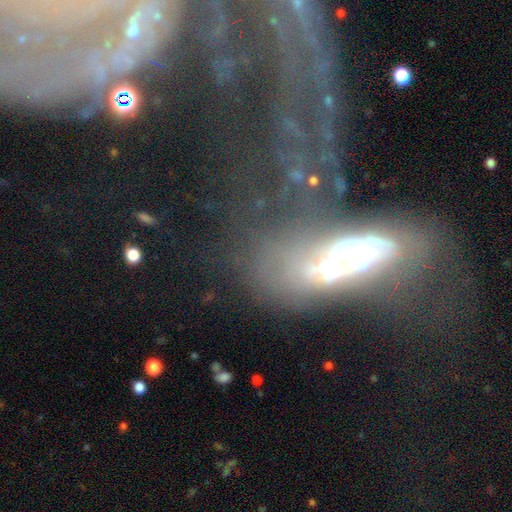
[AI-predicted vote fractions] This is possibly a featured or disk galaxy (60%). It is clearly not viewed edge-on (80%). Merging: marginally major disturbance (36%).